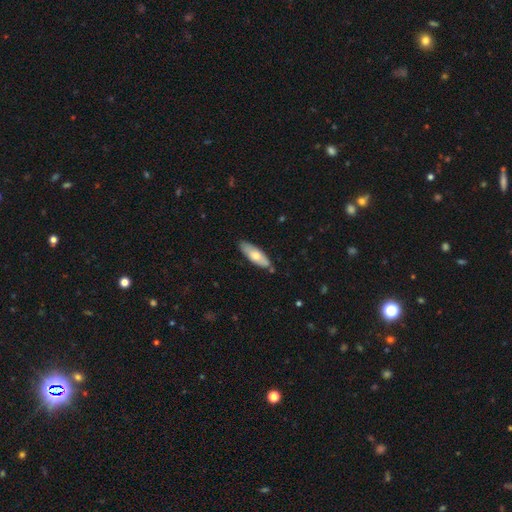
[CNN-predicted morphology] A smooth galaxy with no disk features (64%) that is in between round and cigar-shaped (60%).

Vote fractions:
- Smooth or featured? smooth: 64% / featured or disk: 31% / star or artifact: 5%
- How rounded? in between: 60% / cigar-shaped: 38% / round: 2%
- Merging? none: 80% / minor disturbance: 15% / merger: 3% / major disturbance: 2%